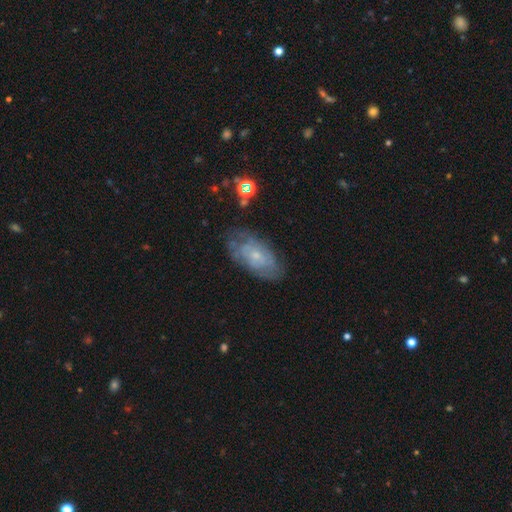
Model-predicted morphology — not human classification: Smooth or featured? Predicted: featured or disk (p=0.60). Edge-on disk? Predicted: no (p=0.93). Bar? Predicted: no (p=0.78). Spiral arms? Predicted: yes (p=0.66). Bulge size? Predicted: small (p=0.67). Merging? Predicted: none (p=0.66).